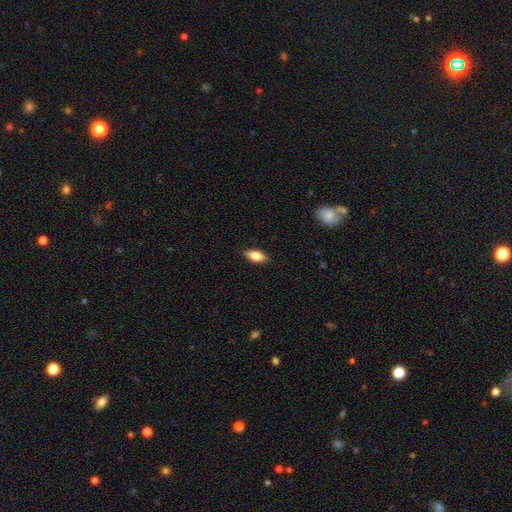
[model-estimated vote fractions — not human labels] smooth 80%, featured or disk 13%, star or artifact 7%. Down the decision tree: how rounded — in between (87%); merging — none (88%).